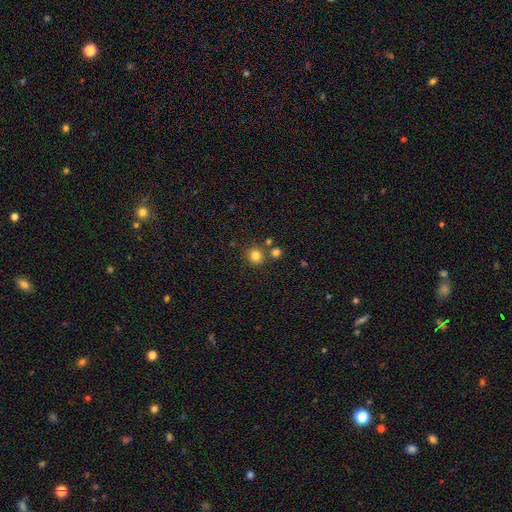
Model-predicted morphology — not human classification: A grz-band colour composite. It shows a smooth galaxy with no disk features (81%) that is round (90%). Merging: none (78%).